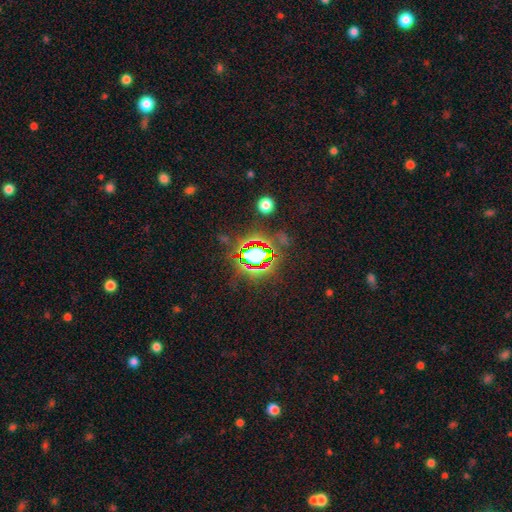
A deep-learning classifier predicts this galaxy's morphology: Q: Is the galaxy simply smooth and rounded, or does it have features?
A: star or artifact — 71%.